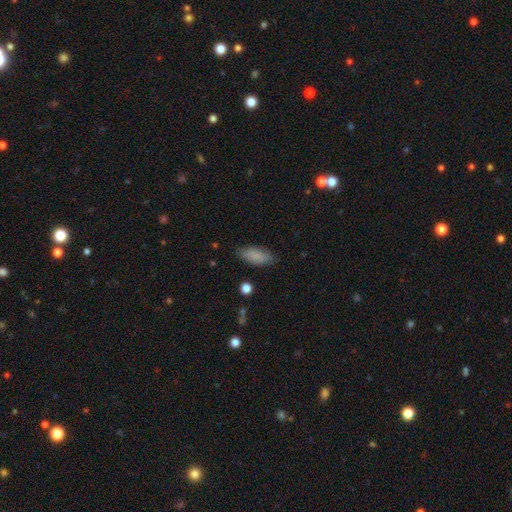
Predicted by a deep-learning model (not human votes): Smooth or featured?
  - smooth: 85% *
  - featured or disk: 8%
  - star or artifact: 7%
How rounded?
  - in between: 82% *
  - cigar-shaped: 16%
  - round: 2%
Merging?
  - none: 82% *
  - minor disturbance: 14%
  - major disturbance: 3%
  - merger: 1%